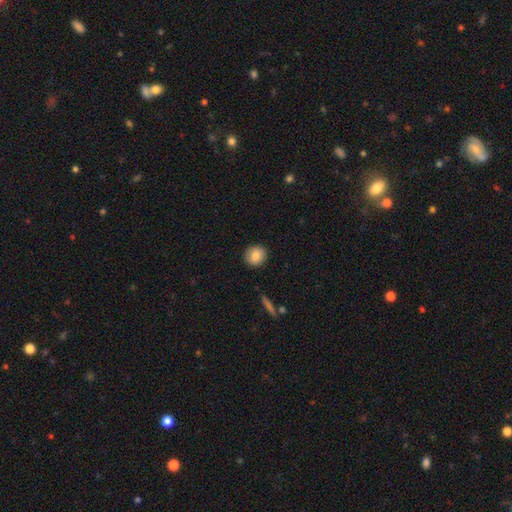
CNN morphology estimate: Overall: smooth (84%). How rounded: round (87%). Merging: none (90%).